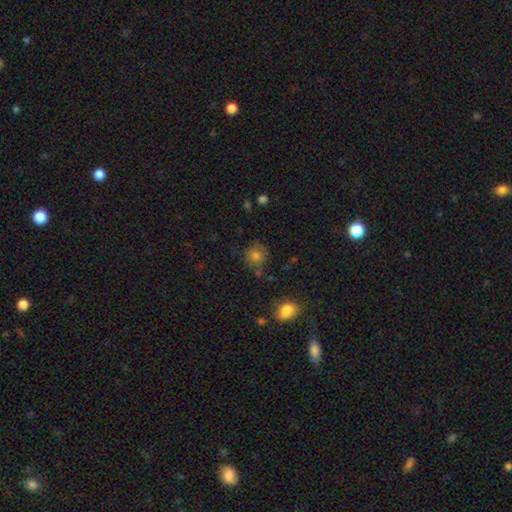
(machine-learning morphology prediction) The model was most divided on "merging": none: 69%, minor disturbance: 18%, major disturbance: 6%, merger: 6%. More confident: how rounded — round (82%); smooth or featured — smooth (78%).